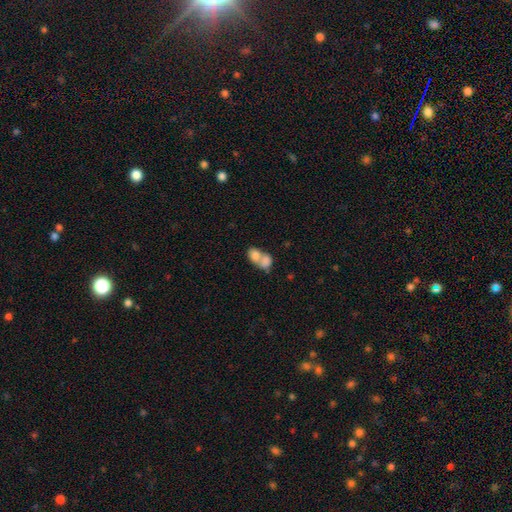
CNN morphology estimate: Smooth or featured: smooth — 77% (featured or disk — 15%)
How rounded: in between — 62% (round — 36%)
Merging: merger — 76% (none — 15%)